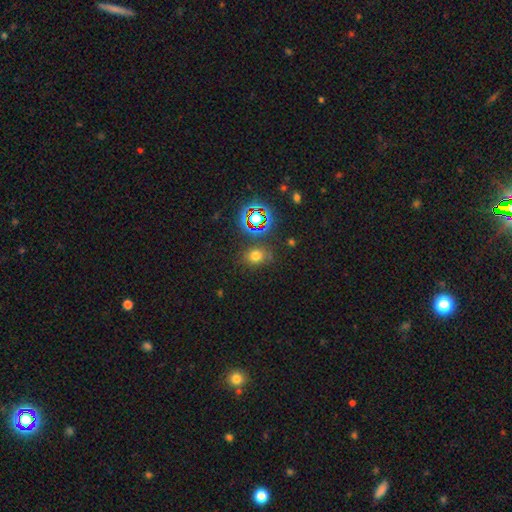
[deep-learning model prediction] smooth 65%, star or artifact 27%, featured or disk 8%. Down the decision tree: how rounded — round (54%); merging — none (78%).